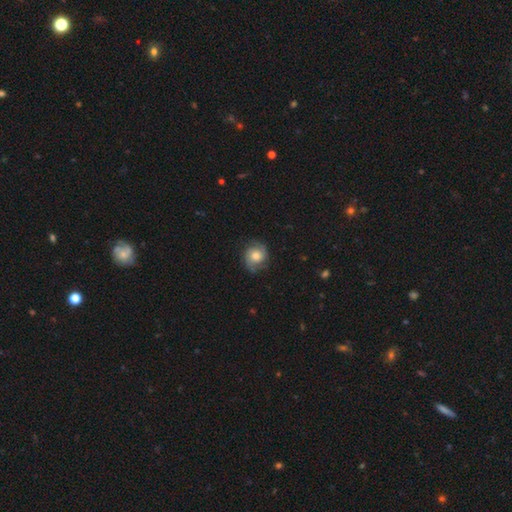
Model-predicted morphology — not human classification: A featured or disk galaxy (56%) with no bar (76%), spiral arms (90%) and a moderate central bulge (56%).

Vote fractions:
- Smooth or featured? featured or disk: 56% / smooth: 36% / star or artifact: 8%
- Edge-on disk? no: 97% / yes: 3%
- Bar? no: 76% / weak: 21% / strong: 3%
- Spiral arms? yes: 90% / no: 10%
- Bulge size? moderate: 56% / large: 24% / small: 14% / none: 3% / dominant: 3%
- Merging? none: 76% / minor disturbance: 17% / major disturbance: 6% / merger: 1%